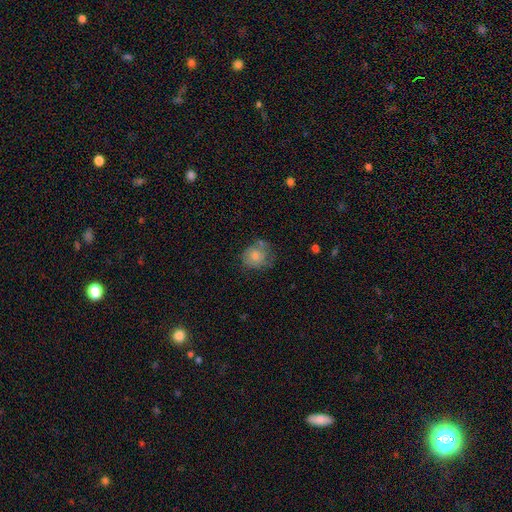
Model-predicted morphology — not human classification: Q: Smooth or featured?
A: smooth (69%); runner-up: featured or disk (23%)
Q: How rounded?
A: round (73%); runner-up: in between (26%)
Q: Merging?
A: none (53%); runner-up: minor disturbance (29%)